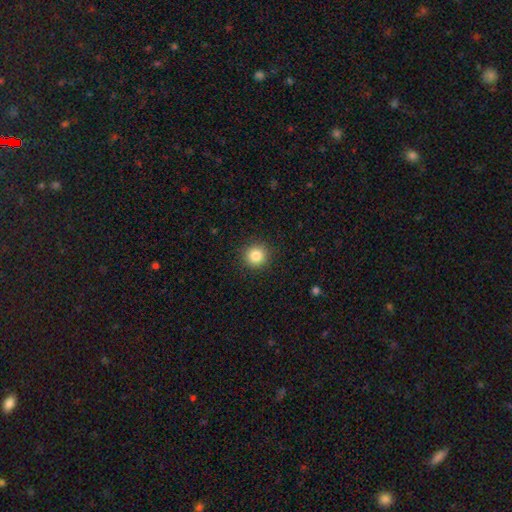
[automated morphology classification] A smooth galaxy with no disk features (83%) that is round (94%). Merging: none (91%).